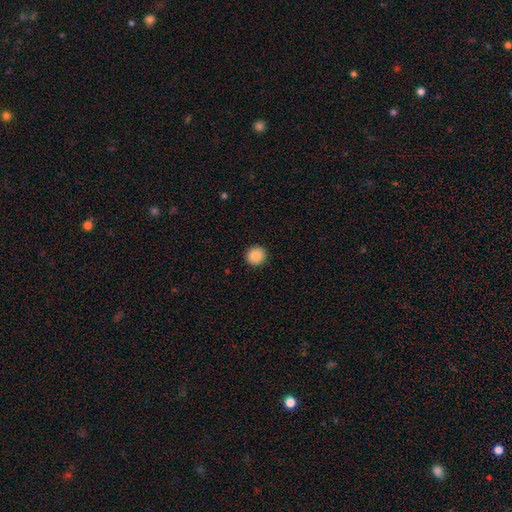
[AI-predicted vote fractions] Overall: smooth (89%). How rounded: round (92%). Merging: none (92%).